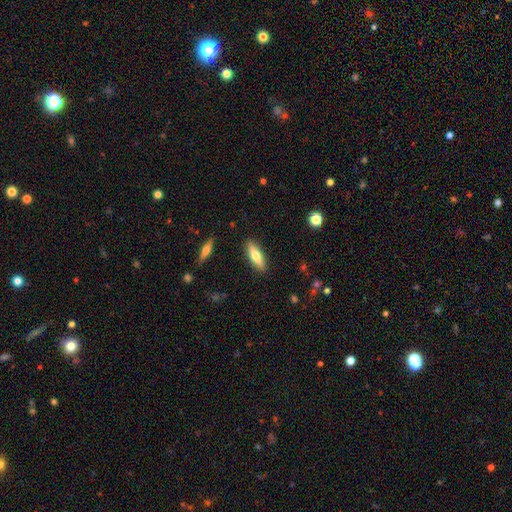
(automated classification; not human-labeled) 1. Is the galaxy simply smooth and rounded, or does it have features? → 60% smooth, 34% featured or disk, 6% star or artifact.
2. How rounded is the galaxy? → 58% cigar-shaped, 40% in between, 2% round.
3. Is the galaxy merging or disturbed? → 88% none, 8% minor disturbance, 2% major disturbance, 2% merger.